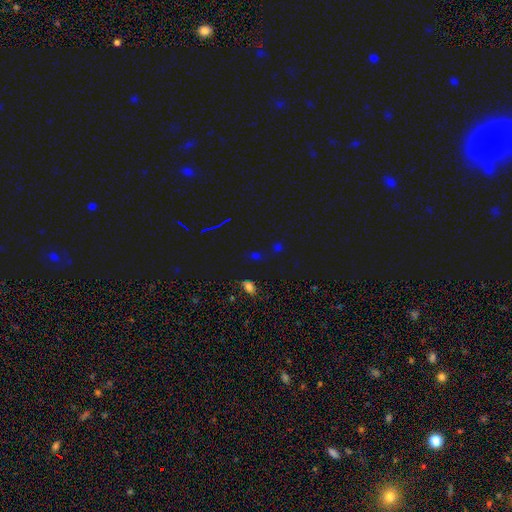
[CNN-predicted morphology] smooth_or_featured: star or artifact (p=0.49) [alt: smooth p=0.41]